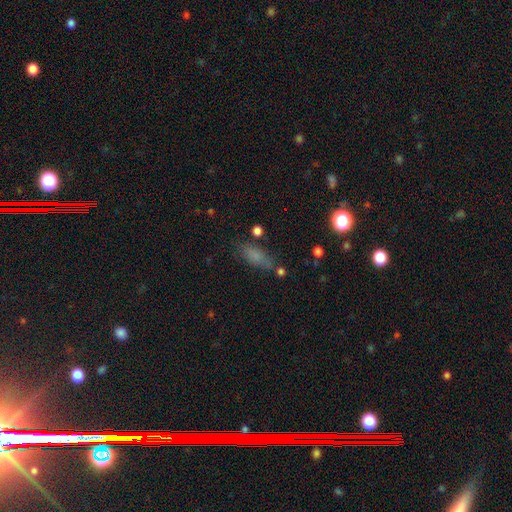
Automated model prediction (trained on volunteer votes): Smooth or featured? smooth (70%)
How rounded? in between (66%)
Merging? none (65%)